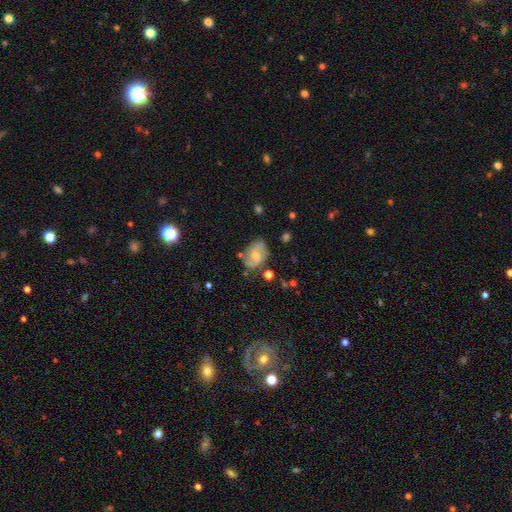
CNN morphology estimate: Smooth or featured? Predicted: featured or disk (p=0.63). Edge-on disk? Predicted: no (p=0.96). Bar? Predicted: no (p=0.51). Spiral arms? Predicted: yes (p=0.83). Spiral winding? Predicted: medium (p=0.44). Spiral arm count? Predicted: 2 (p=0.74). Bulge size? Predicted: moderate (p=0.56). Merging? Predicted: none (p=0.70).